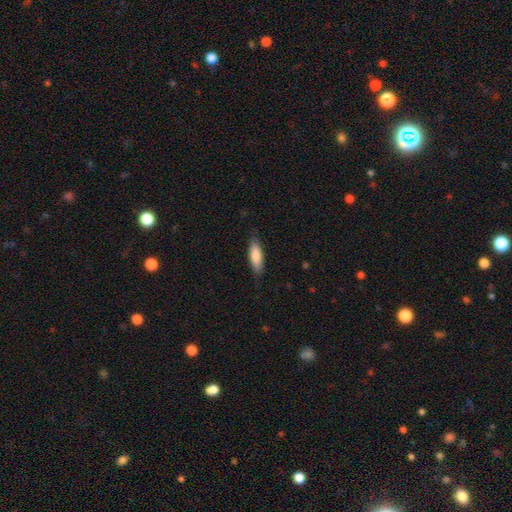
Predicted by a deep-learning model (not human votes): Smooth or featured?
  - smooth: 83% *
  - featured or disk: 12%
  - star or artifact: 5%
How rounded?
  - in between: 50% *
  - cigar-shaped: 48%
  - round: 2%
Merging?
  - none: 83% *
  - minor disturbance: 14%
  - major disturbance: 3%
  - merger: 1%